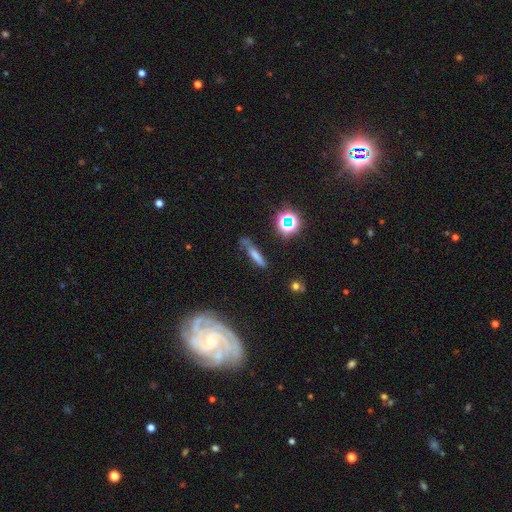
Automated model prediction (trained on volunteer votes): The model was most divided on "smooth or featured": smooth: 59%, featured or disk: 23%, star or artifact: 18%. More confident: how rounded — cigar-shaped (82%); merging — none (60%).